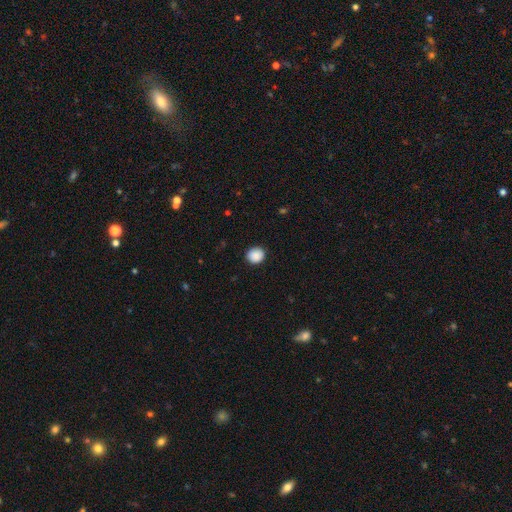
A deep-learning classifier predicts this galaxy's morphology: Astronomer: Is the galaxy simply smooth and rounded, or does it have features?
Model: smooth — 89%.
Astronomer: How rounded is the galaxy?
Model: round — 84%.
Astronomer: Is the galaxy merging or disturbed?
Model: none — 90%.